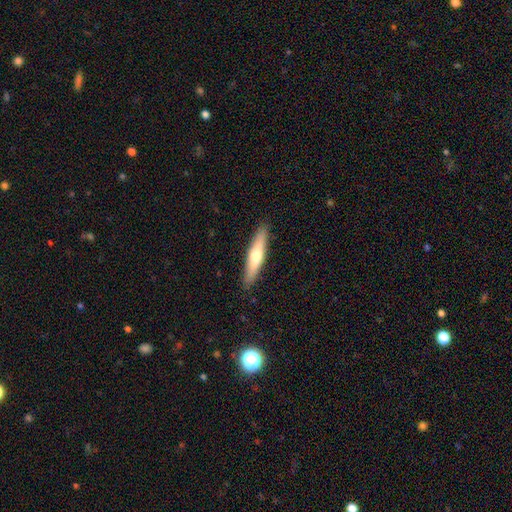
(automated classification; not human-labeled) This appears to be a smooth galaxy with no disk features (52%) that is cigar-shaped (85%). Merging: none (90%).